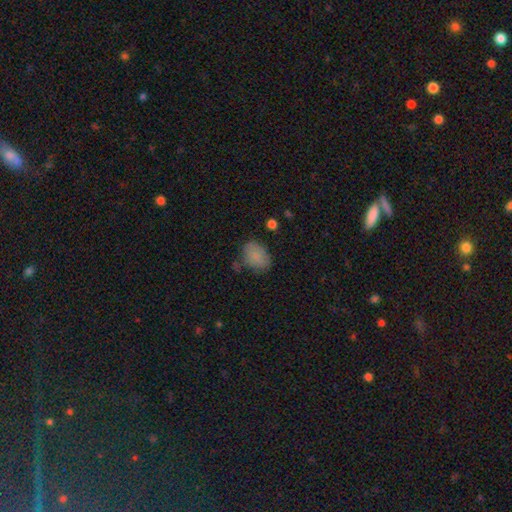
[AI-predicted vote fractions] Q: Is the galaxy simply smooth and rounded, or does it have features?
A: smooth — 83%.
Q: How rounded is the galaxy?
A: in between — 73%.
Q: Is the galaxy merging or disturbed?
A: none — 63%.